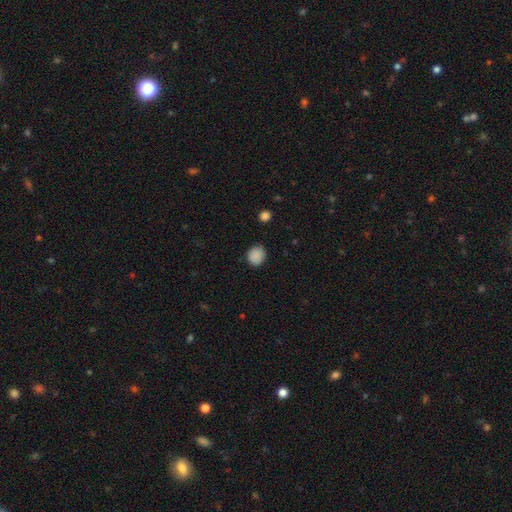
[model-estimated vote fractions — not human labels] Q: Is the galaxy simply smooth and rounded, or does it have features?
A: smooth — 87%.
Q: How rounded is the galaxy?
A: round — 76%.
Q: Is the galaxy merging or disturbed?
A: none — 83%.